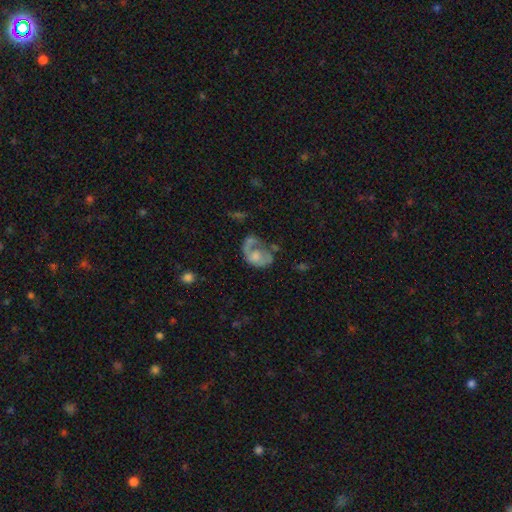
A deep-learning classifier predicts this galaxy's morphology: Overall: featured or disk (54%; smooth 38%). Edge-on disk: no (97%). Bar: no (82%). Spiral arms: yes (50%, tied with no). Bulge size: moderate (40%; small 22%). Merging: major disturbance (42%; none 28%).